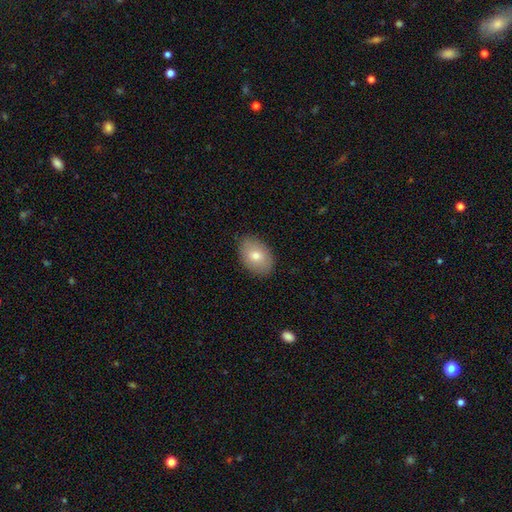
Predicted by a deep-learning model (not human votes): The model was most divided on "smooth or featured": smooth: 76%, featured or disk: 16%, star or artifact: 8%. More confident: merging — none (86%); how rounded — in between (82%).